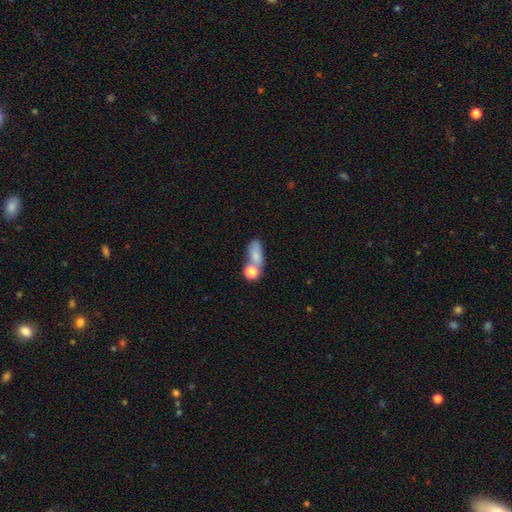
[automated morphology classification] Q: Smooth or featured?
A: smooth (75%); runner-up: featured or disk (14%)
Q: How rounded?
A: in between (69%); runner-up: round (17%)
Q: Merging?
A: none (39%); runner-up: merger (36%)